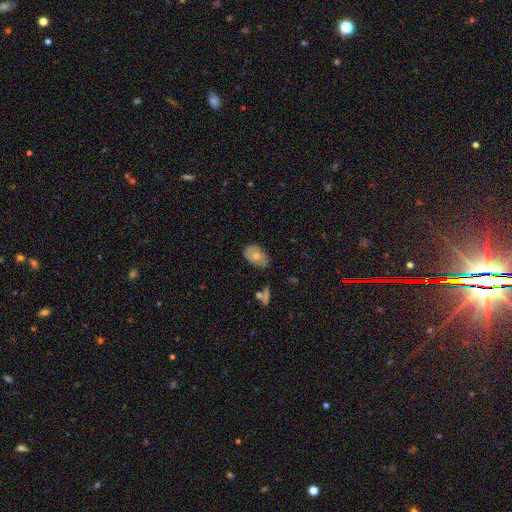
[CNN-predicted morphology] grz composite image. It shows a smooth galaxy with no disk features (60%) that is in between round and cigar-shaped (86%). Merging: none (64%).